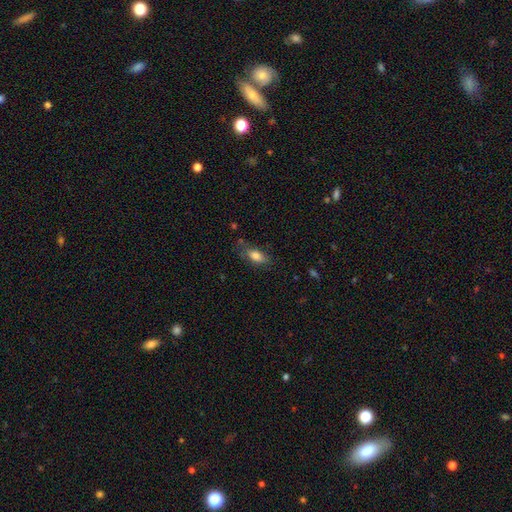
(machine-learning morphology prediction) smooth 80%, featured or disk 12%, star or artifact 8%. Down the decision tree: how rounded — in between (84%); merging — none (64%).